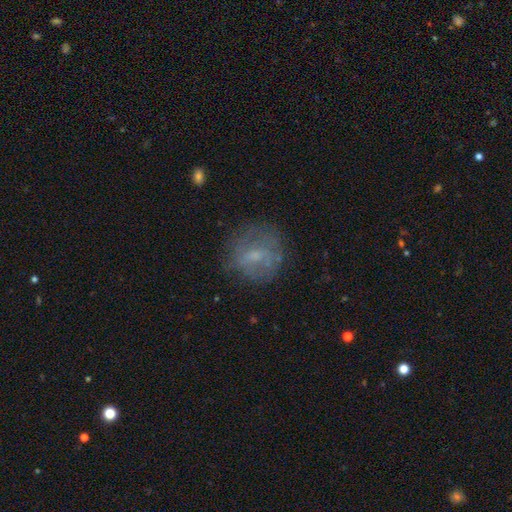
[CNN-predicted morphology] A smooth galaxy with no disk features (46%). Merging: none (68%).